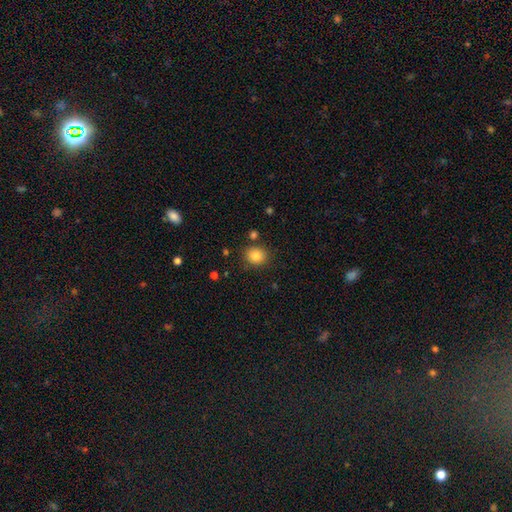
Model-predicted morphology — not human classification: Overall: smooth (83%). How rounded: round (79%). Merging: none (83%).